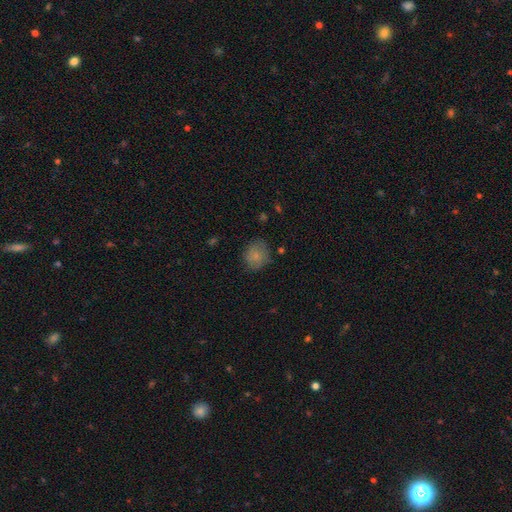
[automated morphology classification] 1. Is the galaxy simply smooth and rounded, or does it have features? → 79% smooth, 12% featured or disk, 9% star or artifact.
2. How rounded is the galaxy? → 68% round, 31% in between, 1% cigar-shaped.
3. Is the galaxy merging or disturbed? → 70% none, 22% minor disturbance, 6% major disturbance, 2% merger.